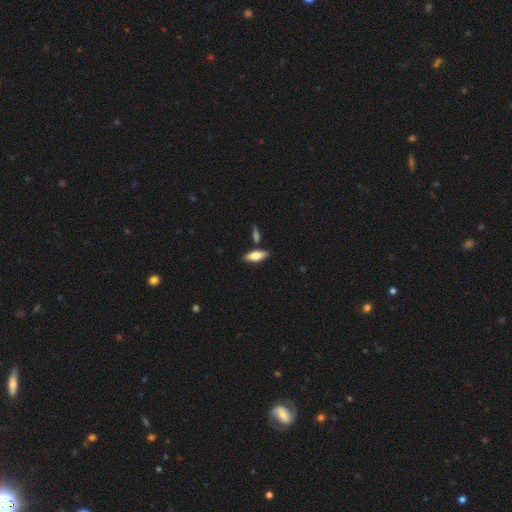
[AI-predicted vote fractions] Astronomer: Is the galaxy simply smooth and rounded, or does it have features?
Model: smooth — 69%.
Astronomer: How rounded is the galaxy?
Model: in between — 75%.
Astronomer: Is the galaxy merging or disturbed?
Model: none — 80%.